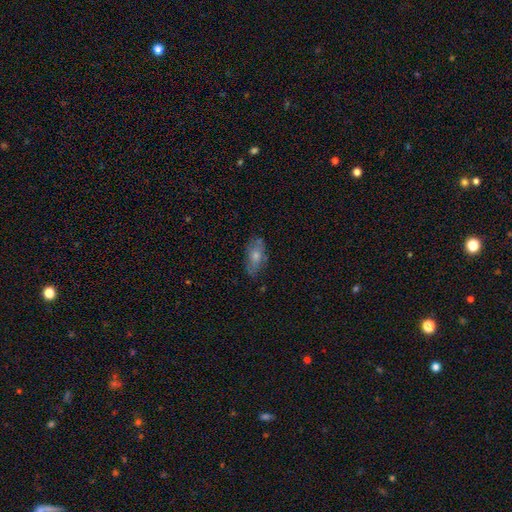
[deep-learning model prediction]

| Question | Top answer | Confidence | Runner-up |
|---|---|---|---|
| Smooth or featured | smooth | 47% | featured or disk (40%) |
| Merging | none | 76% | minor disturbance (18%) |